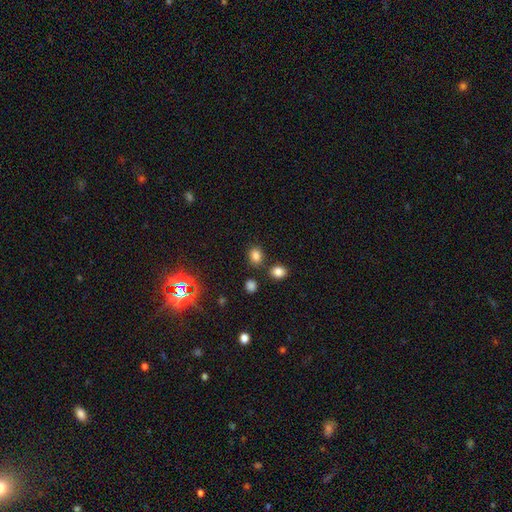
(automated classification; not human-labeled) Smooth or featured?
  - smooth: 79% *
  - star or artifact: 15%
  - featured or disk: 6%
How rounded?
  - in between: 56% *
  - round: 43%
  - cigar-shaped: 1%
Merging?
  - none: 75% *
  - minor disturbance: 11%
  - merger: 11%
  - major disturbance: 4%